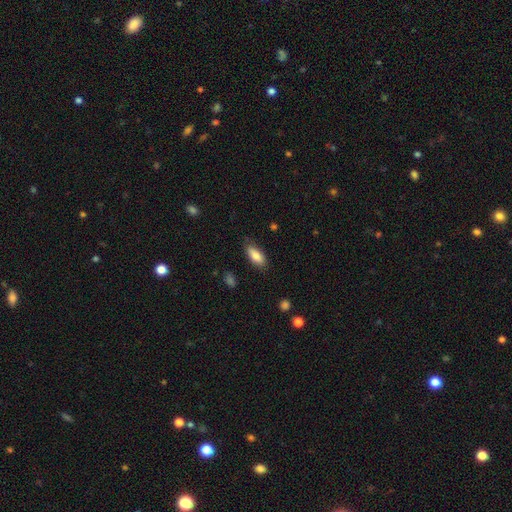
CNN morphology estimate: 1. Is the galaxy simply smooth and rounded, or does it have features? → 83% smooth, 10% featured or disk, 7% star or artifact.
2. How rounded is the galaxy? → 79% in between, 19% cigar-shaped, 2% round.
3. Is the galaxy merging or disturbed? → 80% none, 15% minor disturbance, 3% major disturbance, 1% merger.